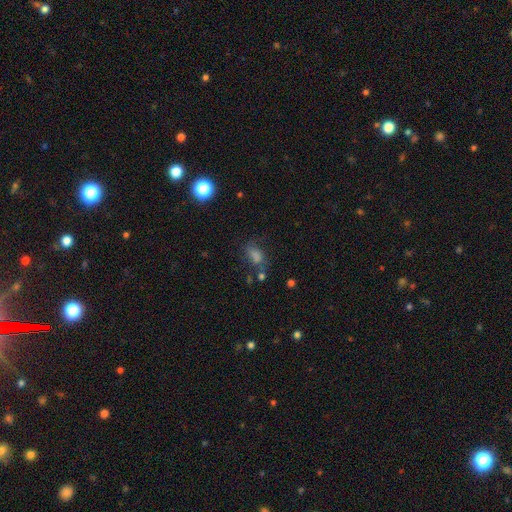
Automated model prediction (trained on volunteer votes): Smooth or featured? smooth (61%)
How rounded? in between (76%)
Merging? none (58%)